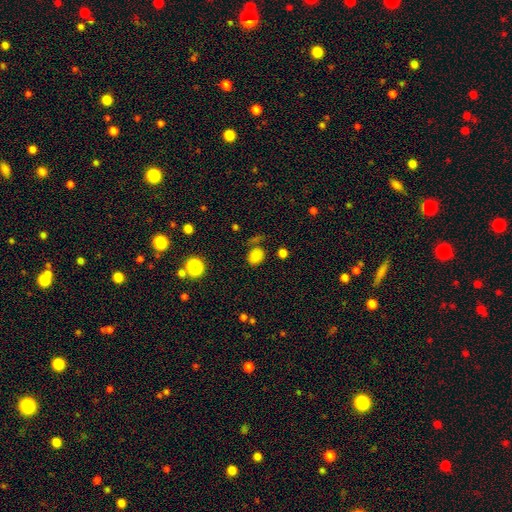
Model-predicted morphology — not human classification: Smooth or featured? smooth (79%)
How rounded? round (56%)
Merging? none (71%)